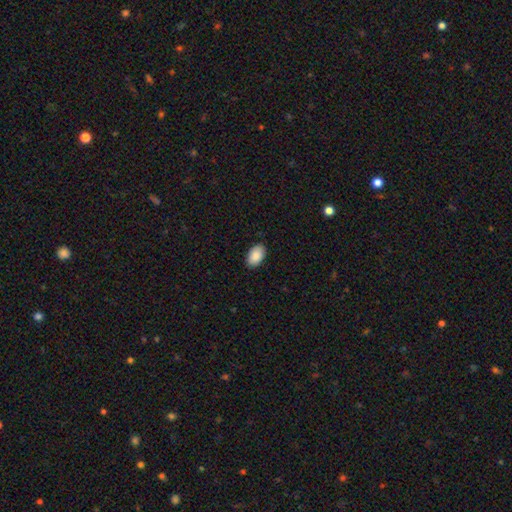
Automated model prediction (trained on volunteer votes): Smooth or featured? Predicted: smooth (p=0.90). How rounded? Predicted: in between (p=0.94). Merging? Predicted: none (p=0.89).